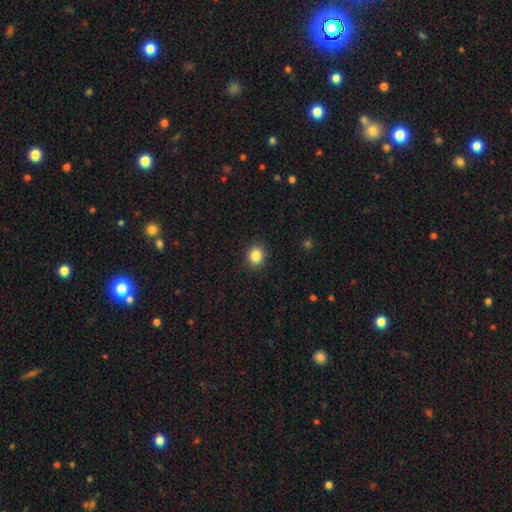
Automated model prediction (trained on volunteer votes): Smooth or featured? Predicted: smooth (p=0.86). How rounded? Predicted: round (p=0.77). Merging? Predicted: none (p=0.91).